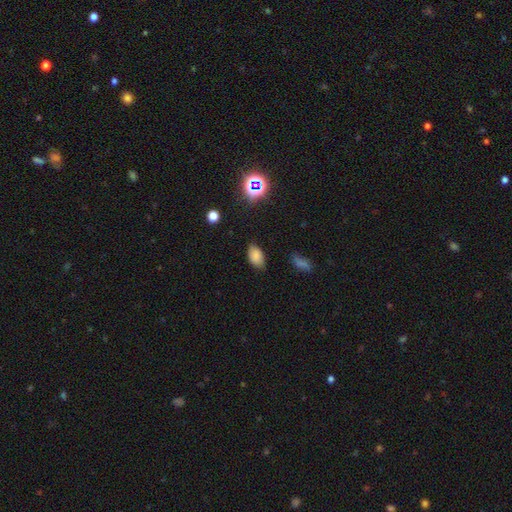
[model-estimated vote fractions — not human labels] This appears to be a smooth galaxy with no disk features (81%) that is in between round and cigar-shaped (92%). Merging: none (78%).